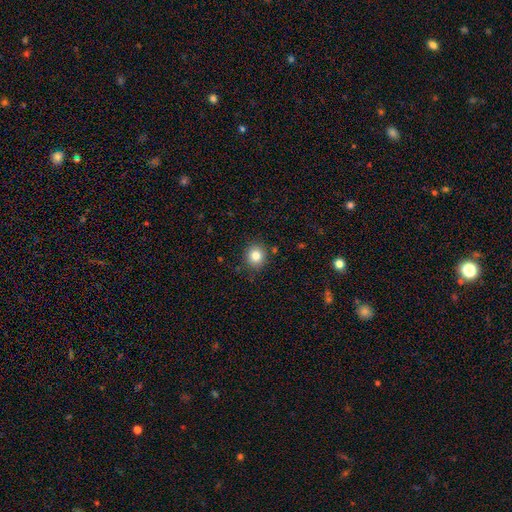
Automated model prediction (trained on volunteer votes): A smooth galaxy with no disk features (82%) that is round (86%). Merging: none (87%).